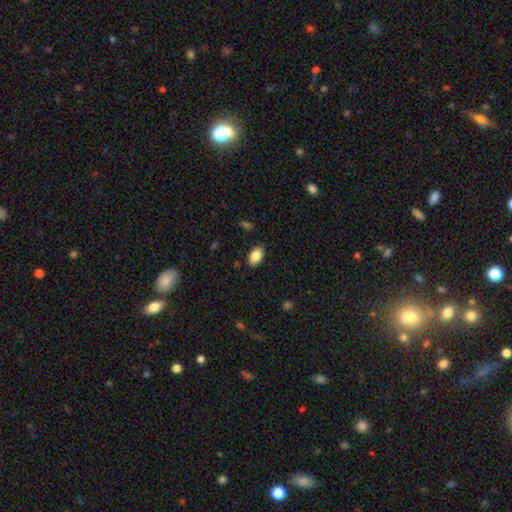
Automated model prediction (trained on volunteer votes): The model was most divided on "merging": none: 86%, minor disturbance: 11%, major disturbance: 2%, merger: 1%. More confident: how rounded — in between (93%); smooth or featured — smooth (86%).